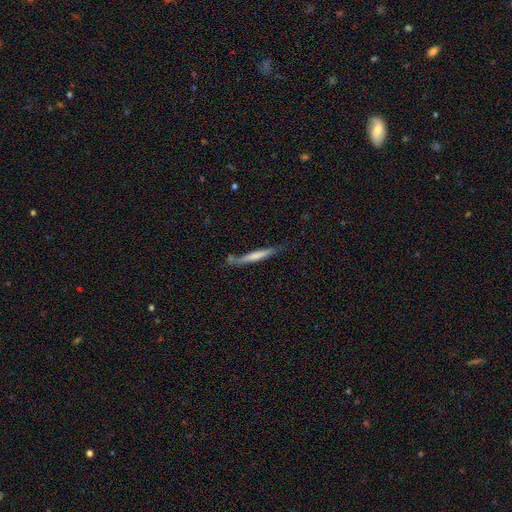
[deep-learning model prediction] A smooth galaxy with no disk features (61%) that is cigar-shaped (95%).

Vote fractions:
- Smooth or featured? smooth: 61% / featured or disk: 33% / star or artifact: 6%
- How rounded? cigar-shaped: 95% / in between: 4% / round: 1%
- Merging? none: 71% / minor disturbance: 18% / merger: 8% / major disturbance: 4%